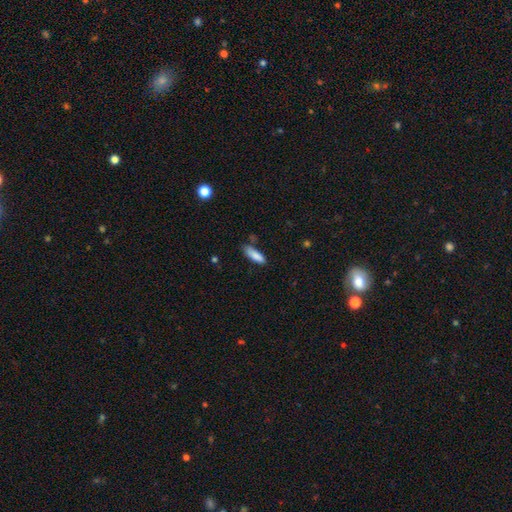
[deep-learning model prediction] Smooth or featured: smooth — 85% (featured or disk — 8%)
How rounded: in between — 52% (cigar-shaped — 47%)
Merging: none — 67% (minor disturbance — 23%)